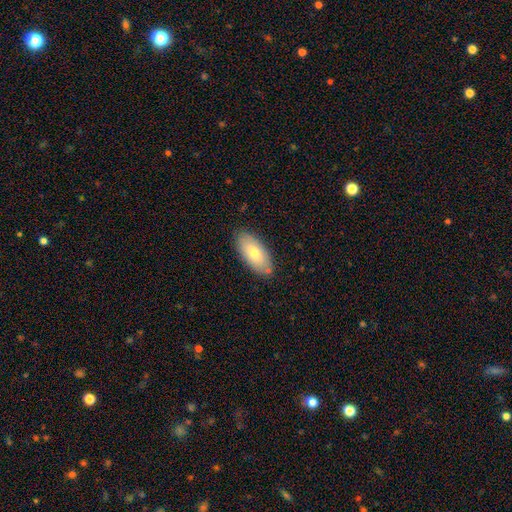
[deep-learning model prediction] Smooth or featured?
  - smooth: 73% *
  - featured or disk: 21%
  - star or artifact: 6%
How rounded?
  - in between: 90% *
  - cigar-shaped: 7%
  - round: 2%
Merging?
  - none: 83% *
  - minor disturbance: 13%
  - major disturbance: 3%
  - merger: 2%